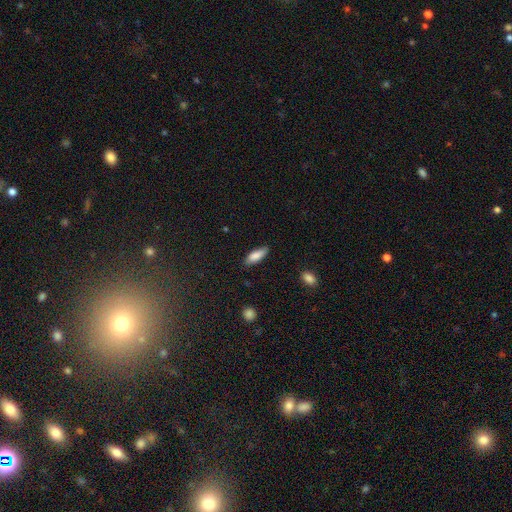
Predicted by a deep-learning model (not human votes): Smooth or featured? Predicted: smooth (p=0.84). How rounded? Predicted: in between (p=0.58). Merging? Predicted: none (p=0.82).